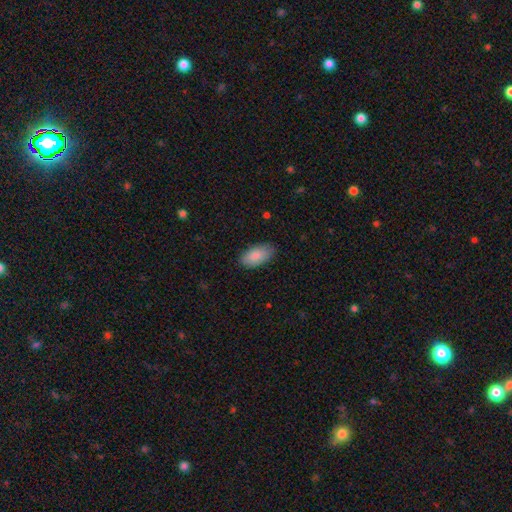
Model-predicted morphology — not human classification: Smooth or featured?
  - smooth: 88% *
  - featured or disk: 6%
  - star or artifact: 6%
How rounded?
  - in between: 94% *
  - cigar-shaped: 3%
  - round: 2%
Merging?
  - none: 84% *
  - minor disturbance: 13%
  - major disturbance: 2%
  - merger: 1%